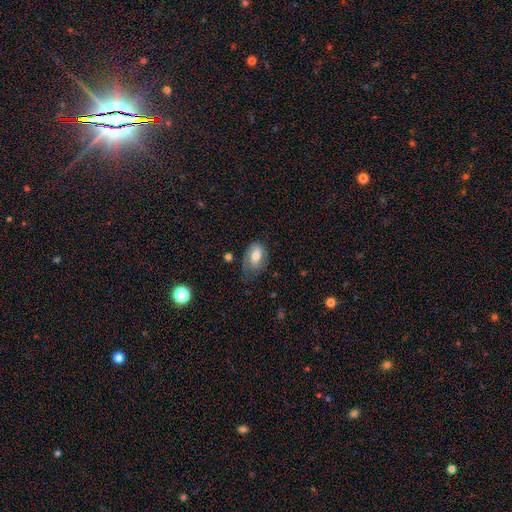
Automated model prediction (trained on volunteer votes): A smooth galaxy with no disk features (71%) that is in between round and cigar-shaped (87%).

Vote fractions:
- Smooth or featured? smooth: 71% / featured or disk: 22% / star or artifact: 8%
- How rounded? in between: 87% / round: 12% / cigar-shaped: 2%
- Merging? none: 48% / minor disturbance: 33% / major disturbance: 16% / merger: 3%